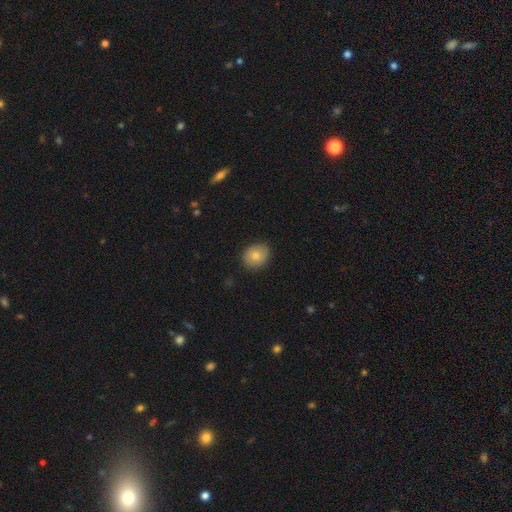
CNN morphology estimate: The model was most divided on "how rounded": round: 62%, in between: 37%, cigar-shaped: 1%. More confident: merging — none (86%); smooth or featured — smooth (80%).